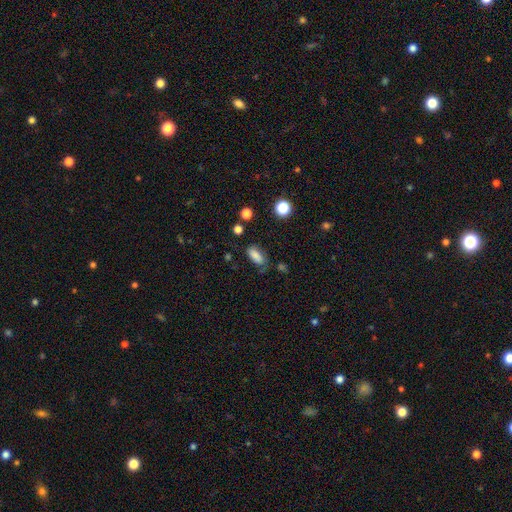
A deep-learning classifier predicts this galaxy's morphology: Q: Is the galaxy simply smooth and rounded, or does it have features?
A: smooth — 81%.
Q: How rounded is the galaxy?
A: in between — 85%.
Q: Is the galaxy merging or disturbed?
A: none — 62%.